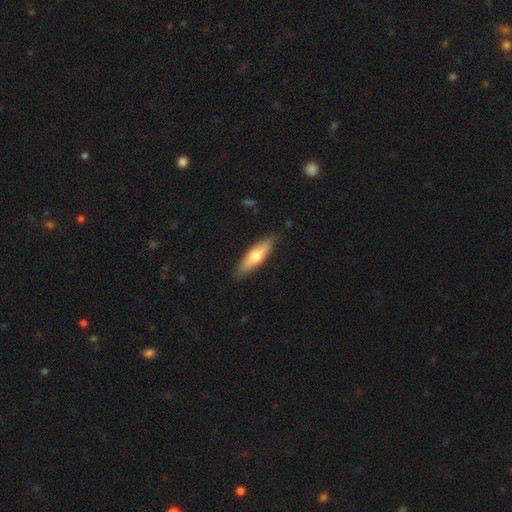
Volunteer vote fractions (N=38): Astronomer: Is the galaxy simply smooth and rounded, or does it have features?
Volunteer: smooth — 61% (runner-up: featured or disk, 37%).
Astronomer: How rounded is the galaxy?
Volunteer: cigar-shaped — 57% (runner-up: in between, 39%).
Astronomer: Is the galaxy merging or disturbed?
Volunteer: none — 89%.